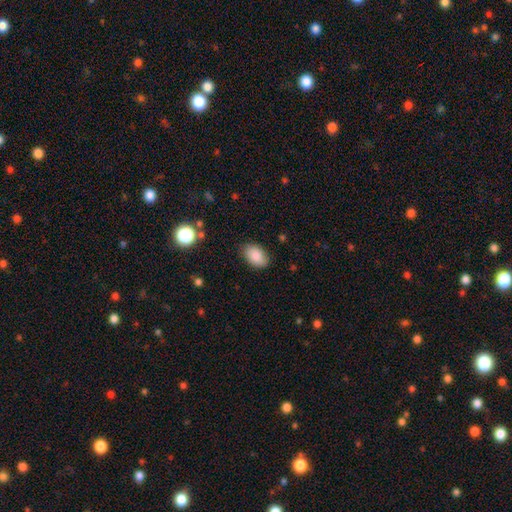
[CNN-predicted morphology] smooth_or_featured: smooth (p=0.88) [alt: star or artifact p=0.07]
how_rounded: in between (p=0.90) [alt: round p=0.09]
merging: none (p=0.84) [alt: minor disturbance p=0.12]